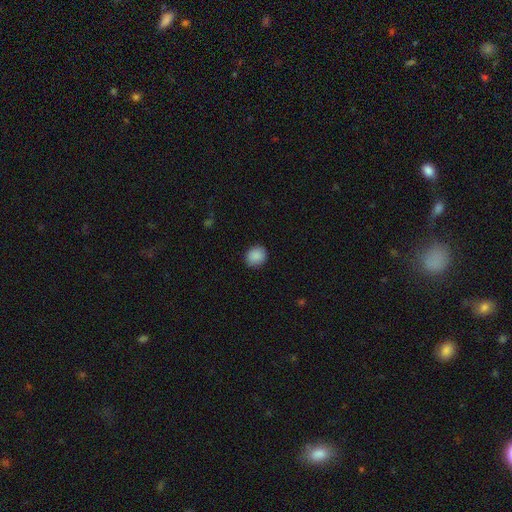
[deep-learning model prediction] A smooth galaxy with no disk features (89%) that is round (73%). Merging: none (89%).